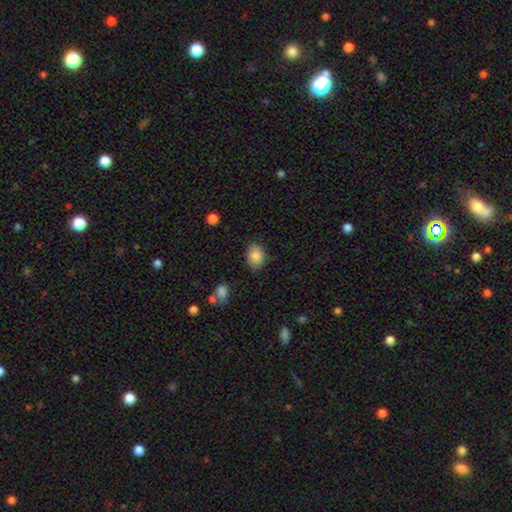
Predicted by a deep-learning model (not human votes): Smooth or featured? Predicted: smooth (p=0.86). How rounded? Predicted: in between (p=0.72). Merging? Predicted: none (p=0.80).